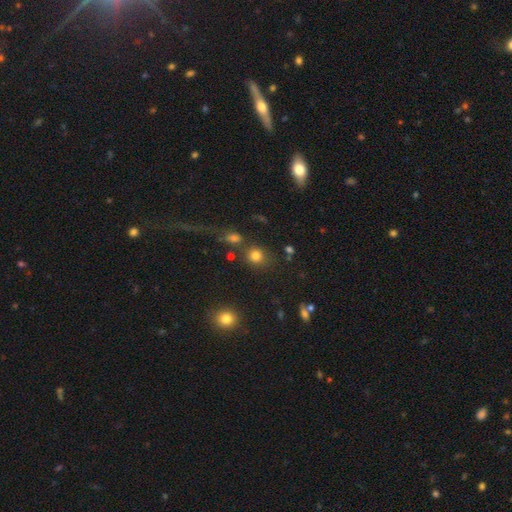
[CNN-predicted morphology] Q: Smooth or featured?
A: smooth (78%); runner-up: star or artifact (15%)
Q: How rounded?
A: round (82%); runner-up: in between (16%)
Q: Merging?
A: none (71%); runner-up: merger (11%)